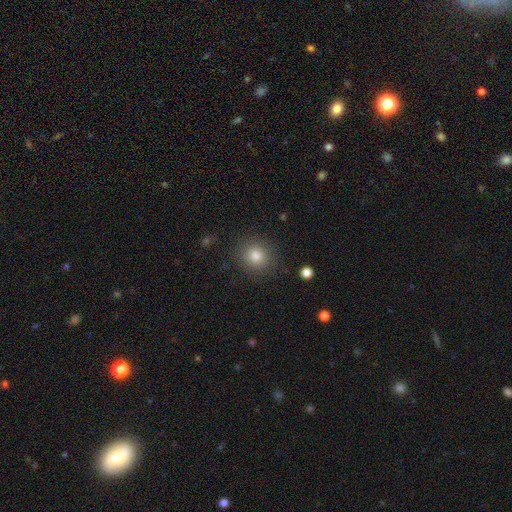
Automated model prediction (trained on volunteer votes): smooth_or_featured: smooth (p=0.81) [alt: star or artifact p=0.12]
how_rounded: round (p=0.86) [alt: in between p=0.13]
merging: none (p=0.88) [alt: minor disturbance p=0.08]